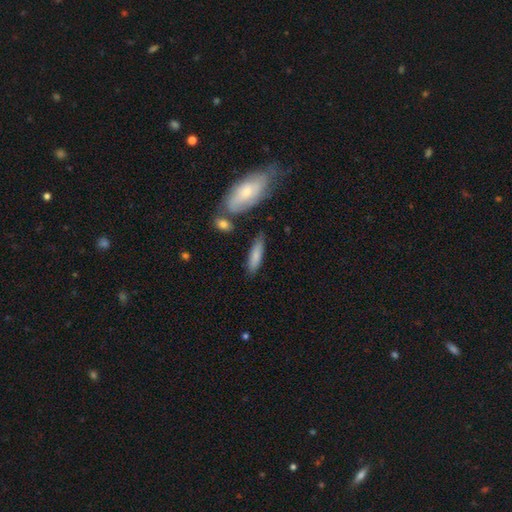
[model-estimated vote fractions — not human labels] A smooth galaxy with no disk features (78%) that is cigar-shaped (64%). Merging: none (73%).